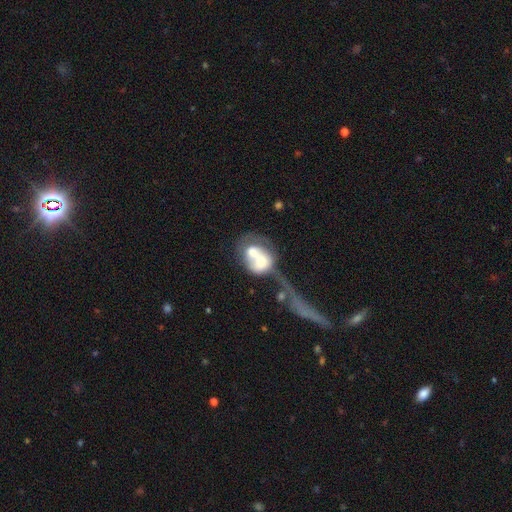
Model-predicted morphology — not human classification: This appears to be a smooth galaxy with no disk features (48%). Merging: merger (66%).